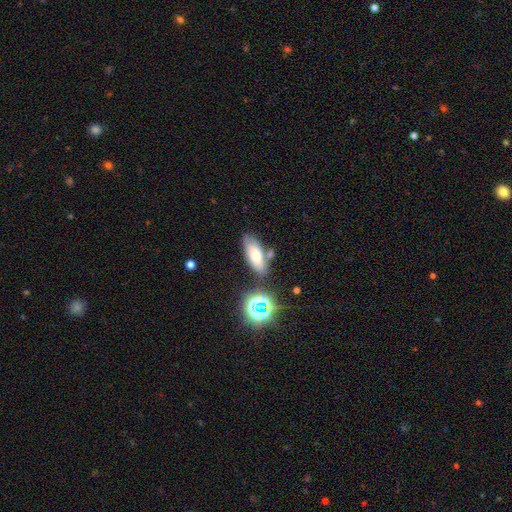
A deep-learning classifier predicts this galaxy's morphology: A smooth galaxy with no disk features (68%) that is in between round and cigar-shaped (77%). Merging: none (72%).